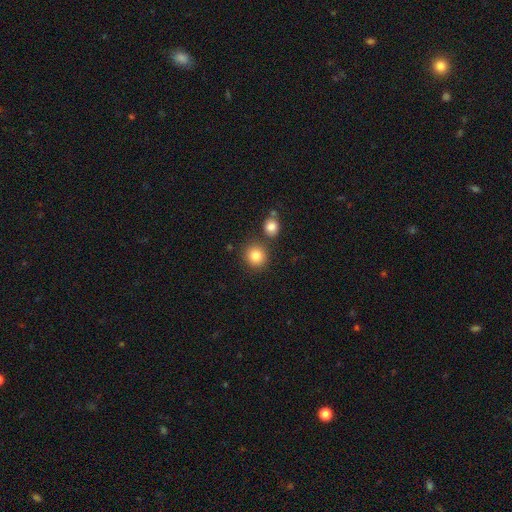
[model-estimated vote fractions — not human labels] The model was most divided on "merging": none: 77%, merger: 11%, minor disturbance: 9%, major disturbance: 3%. More confident: how rounded — round (88%); smooth or featured — smooth (84%).